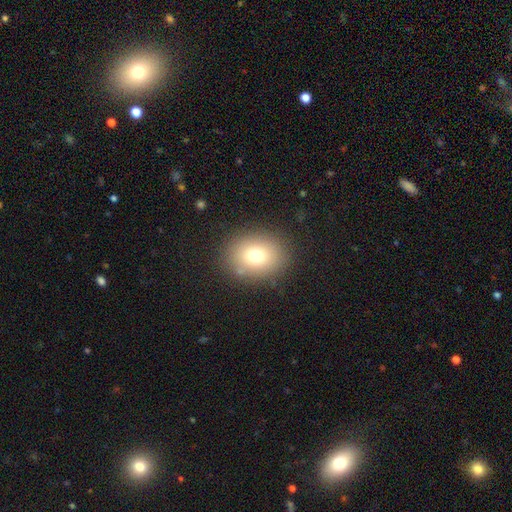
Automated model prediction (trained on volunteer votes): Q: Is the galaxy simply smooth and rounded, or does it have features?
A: smooth — 75%.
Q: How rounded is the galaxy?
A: round — 53%.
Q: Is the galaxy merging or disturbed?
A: none — 86%.